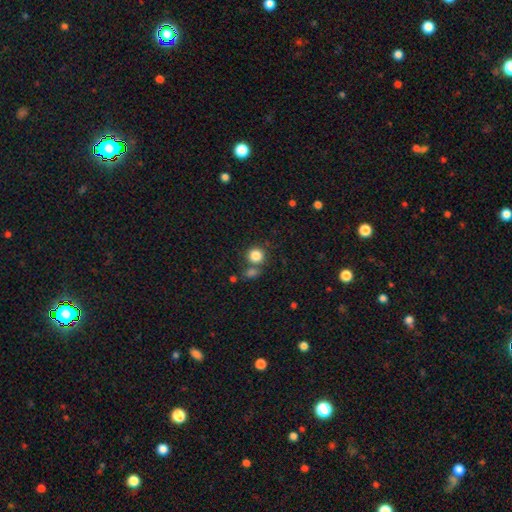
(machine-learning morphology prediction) Smooth or featured?
  - smooth: 84% *
  - star or artifact: 10%
  - featured or disk: 5%
How rounded?
  - round: 88% *
  - in between: 11%
  - cigar-shaped: 1%
Merging?
  - none: 66% *
  - merger: 21%
  - minor disturbance: 9%
  - major disturbance: 4%